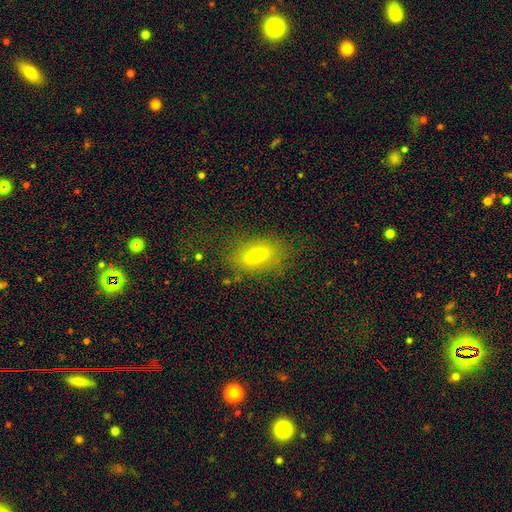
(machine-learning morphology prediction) smooth 53%, featured or disk 36%, star or artifact 11%. Down the decision tree: how rounded — in between (67%); merging — none (76%).